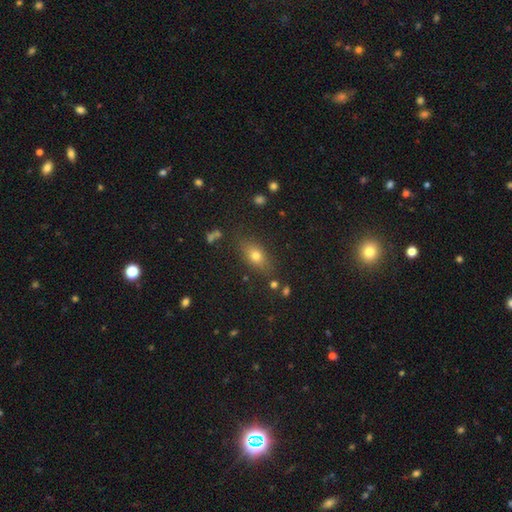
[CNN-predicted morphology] smooth_or_featured: smooth (p=0.70) [alt: featured or disk p=0.16]
how_rounded: in between (p=0.73) [alt: round p=0.15]
merging: none (p=0.79) [alt: minor disturbance p=0.13]